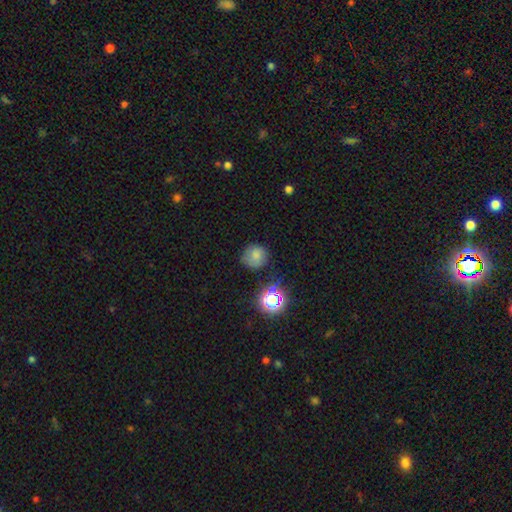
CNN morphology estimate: type=smooth (74%); roundness=round (87%); merging=none (71%).